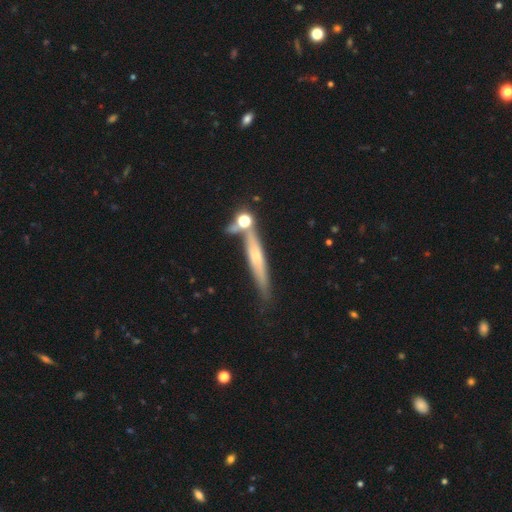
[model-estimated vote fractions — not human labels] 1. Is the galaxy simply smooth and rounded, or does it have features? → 53% featured or disk, 38% smooth, 9% star or artifact.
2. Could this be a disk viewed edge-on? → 89% yes, 11% no.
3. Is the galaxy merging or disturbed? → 67% none, 15% merger, 14% minor disturbance, 5% major disturbance.